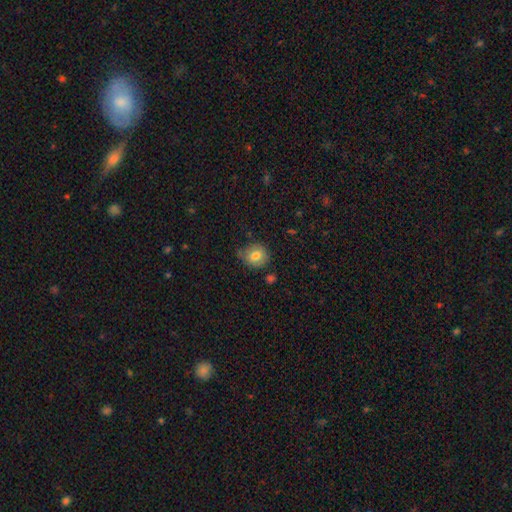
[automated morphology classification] Q: Smooth or featured?
A: smooth (77%); runner-up: featured or disk (13%)
Q: How rounded?
A: round (79%); runner-up: in between (20%)
Q: Merging?
A: none (74%); runner-up: minor disturbance (19%)